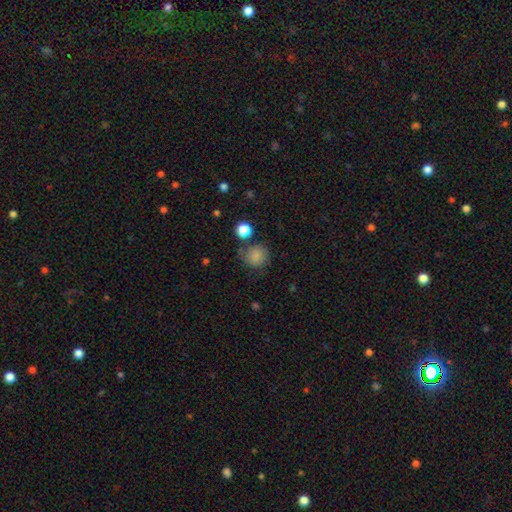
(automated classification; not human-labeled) This appears to be a smooth galaxy with no disk features (84%) that is round (87%). Merging: none (75%).